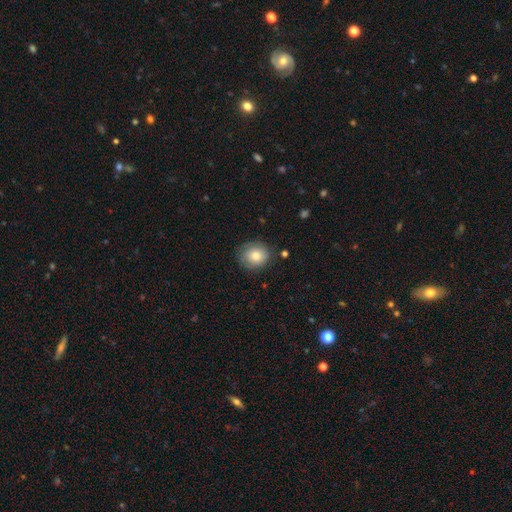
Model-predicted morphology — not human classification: A smooth galaxy with no disk features (75%) that is round (80%). Merging: none (78%).